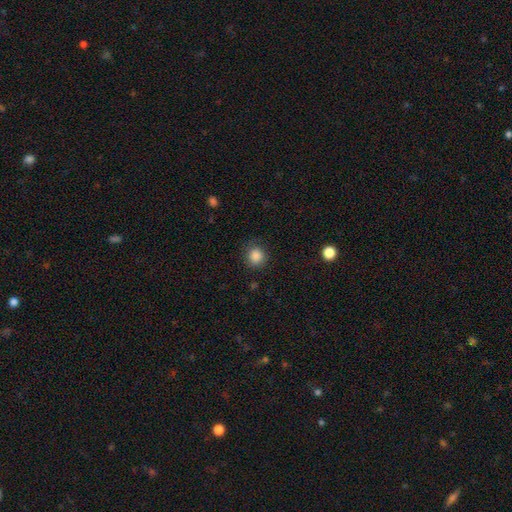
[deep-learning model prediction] smooth-or-featured: smooth: 87% | star or artifact: 10% | featured or disk: 3%
  how-rounded: round: 86% | in between: 13% | cigar-shaped: 1%
  merging: none: 85% | minor disturbance: 11% | major disturbance: 3% | merger: 1%